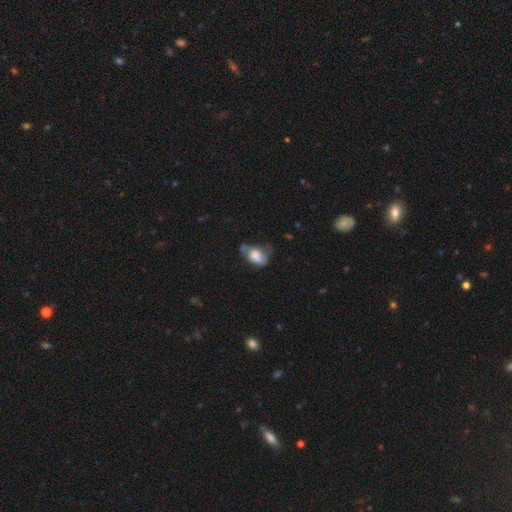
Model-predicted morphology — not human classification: Q: Smooth or featured?
A: smooth (66%); runner-up: featured or disk (25%)
Q: How rounded?
A: in between (85%); runner-up: round (12%)
Q: Merging?
A: minor disturbance (33%); runner-up: none (28%)